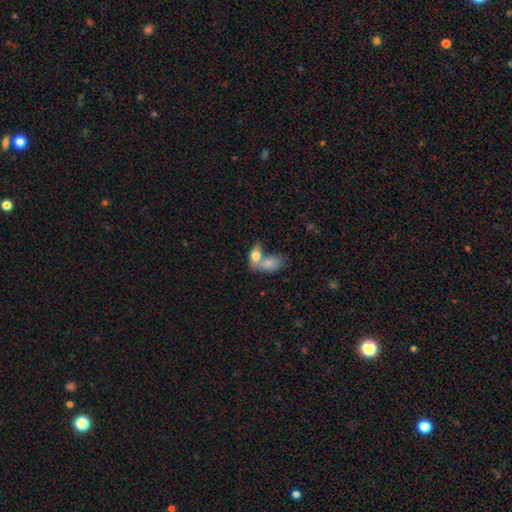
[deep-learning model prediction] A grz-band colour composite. It shows a smooth galaxy with no disk features (76%) that is in between round and cigar-shaped (83%). Merging: merger (66%).